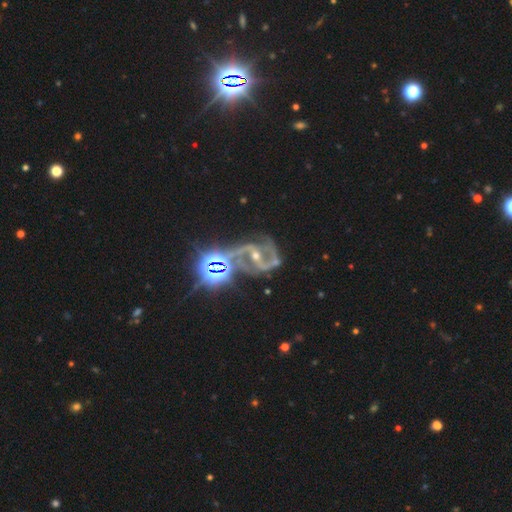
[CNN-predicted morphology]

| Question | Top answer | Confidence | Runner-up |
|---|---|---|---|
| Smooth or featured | featured or disk | 83% | star or artifact (13%) |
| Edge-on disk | no | 97% | yes (3%) |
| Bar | strong | 49% | weak (31%) |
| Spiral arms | yes | 97% | no (3%) |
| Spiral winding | medium | 55% | loose (30%) |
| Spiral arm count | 2 | 87% | 3 (4%) |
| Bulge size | small | 59% | moderate (37%) |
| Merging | none | 54% | minor disturbance (20%) |